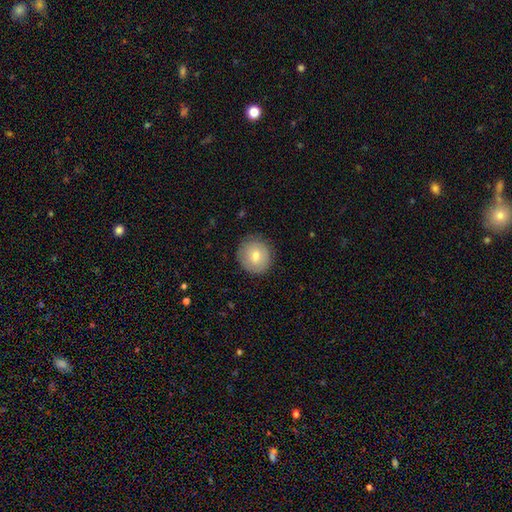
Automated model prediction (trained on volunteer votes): Morphology: type=smooth (74%); roundness=round (89%); merging=none (87%).